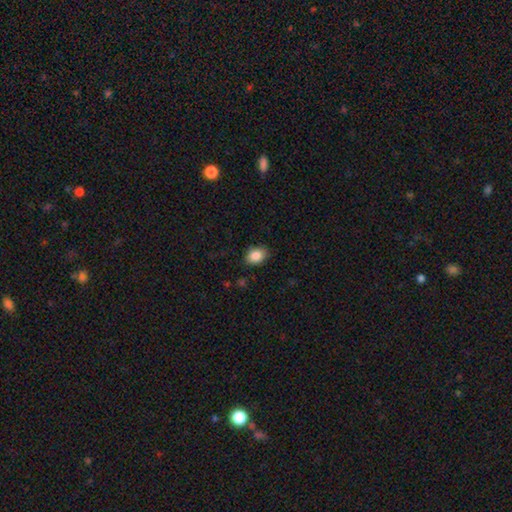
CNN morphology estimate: smooth_or_featured: smooth (p=0.87) [alt: star or artifact p=0.08]
how_rounded: in between (p=0.72) [alt: round p=0.27]
merging: none (p=0.86) [alt: minor disturbance p=0.11]